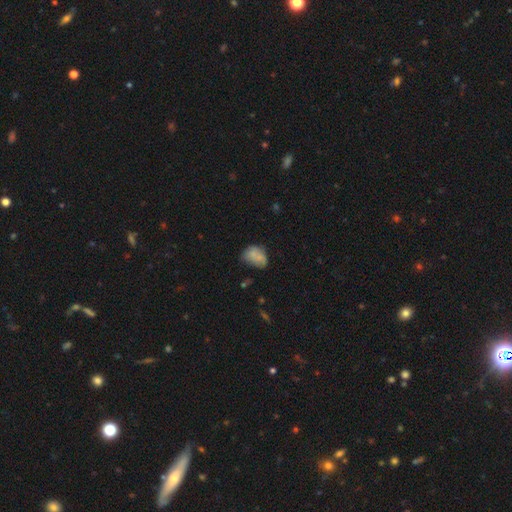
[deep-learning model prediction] This appears to be a smooth galaxy with no disk features (70%) that is in between round and cigar-shaped (72%). Merging: none (41%).